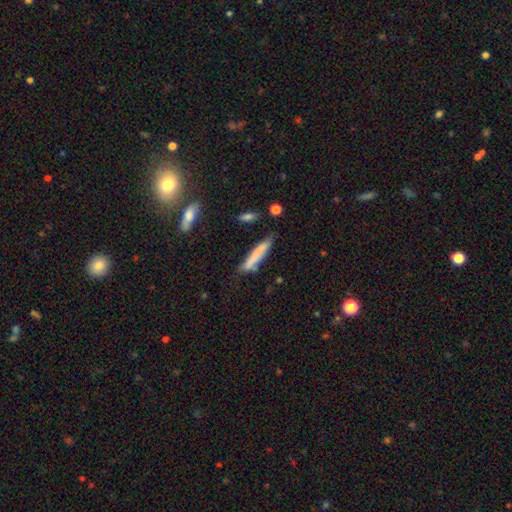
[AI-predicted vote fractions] Smooth or featured: smooth — 73% (featured or disk — 20%)
How rounded: cigar-shaped — 89% (in between — 9%)
Merging: none — 70% (minor disturbance — 21%)